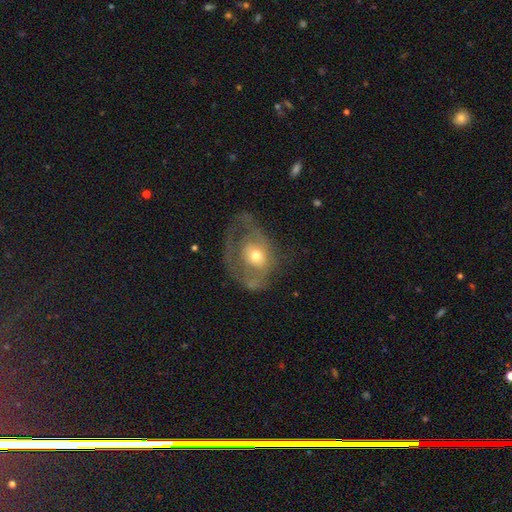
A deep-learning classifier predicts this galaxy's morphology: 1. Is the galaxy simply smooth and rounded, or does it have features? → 57% featured or disk, 35% smooth, 7% star or artifact.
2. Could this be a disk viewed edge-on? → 94% no, 6% yes.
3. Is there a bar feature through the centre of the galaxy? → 81% no, 15% weak, 4% strong.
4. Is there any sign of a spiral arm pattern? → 54% no, 46% yes.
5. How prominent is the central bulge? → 59% moderate, 31% small, 7% large, 1% dominant, 1% none.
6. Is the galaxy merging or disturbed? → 39% none, 37% major disturbance, 22% minor disturbance, 2% merger.